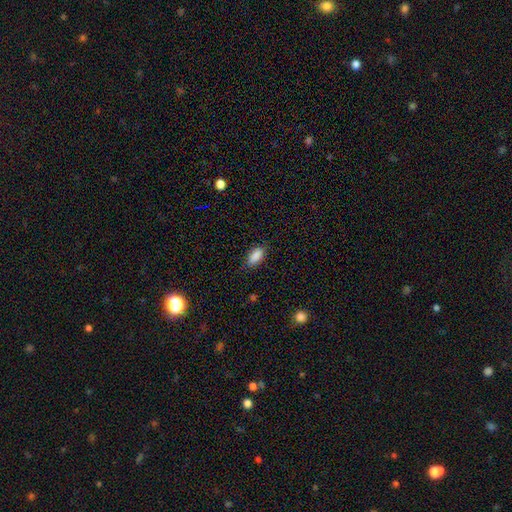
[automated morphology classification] smooth-or-featured: smooth: 88% | star or artifact: 7% | featured or disk: 4%
  how-rounded: in between: 88% | cigar-shaped: 9% | round: 3%
  merging: none: 82% | minor disturbance: 14% | major disturbance: 3% | merger: 1%